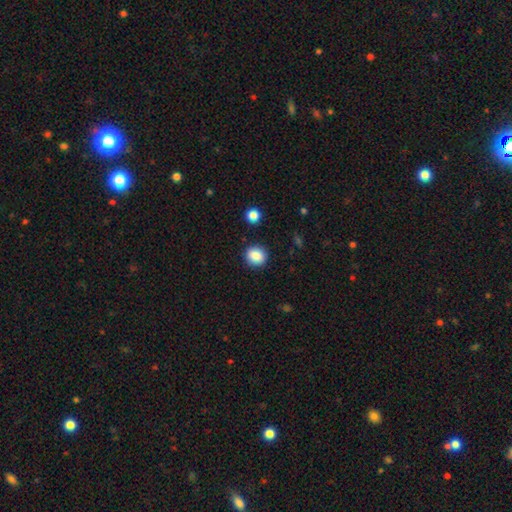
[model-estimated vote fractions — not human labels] smooth 86%, star or artifact 9%, featured or disk 5%. Down the decision tree: how rounded — round (84%); merging — none (89%).